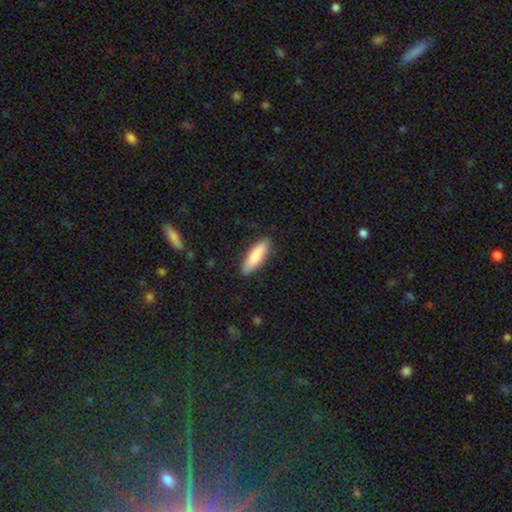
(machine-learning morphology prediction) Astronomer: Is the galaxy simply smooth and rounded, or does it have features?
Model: smooth — 85%.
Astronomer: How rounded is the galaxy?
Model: cigar-shaped — 52% (runner-up: in between, 46%).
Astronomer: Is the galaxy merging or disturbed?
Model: none — 87%.